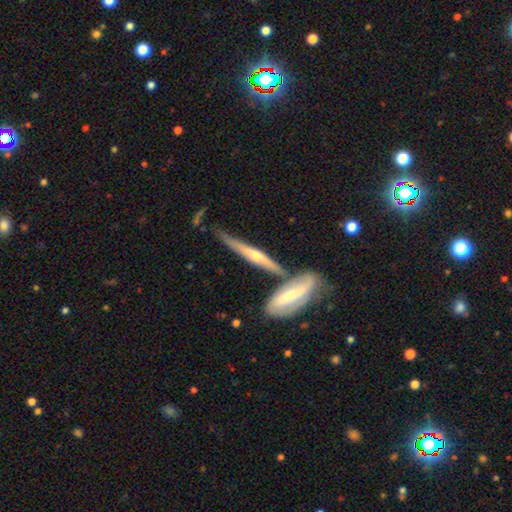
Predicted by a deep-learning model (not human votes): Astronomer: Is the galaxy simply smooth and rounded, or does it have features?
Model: featured or disk — 73%.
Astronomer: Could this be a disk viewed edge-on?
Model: yes — 91%.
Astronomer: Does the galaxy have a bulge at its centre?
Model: rounded — 79%.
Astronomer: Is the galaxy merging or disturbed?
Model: none — 58%.